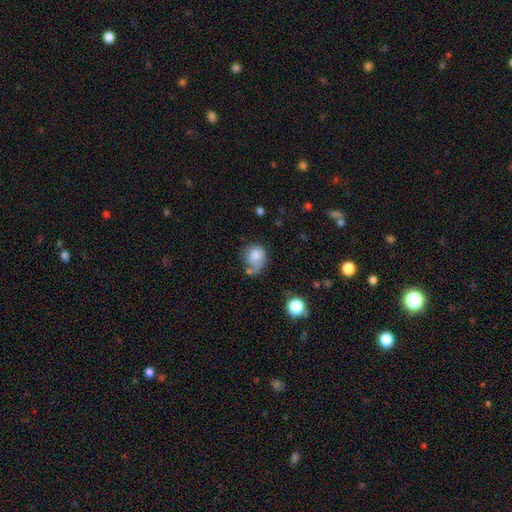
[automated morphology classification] The model was most divided on "merging": none: 31%, major disturbance: 29%, minor disturbance: 24%, merger: 16%. More confident: smooth or featured — smooth (69%); how rounded — round (52%).